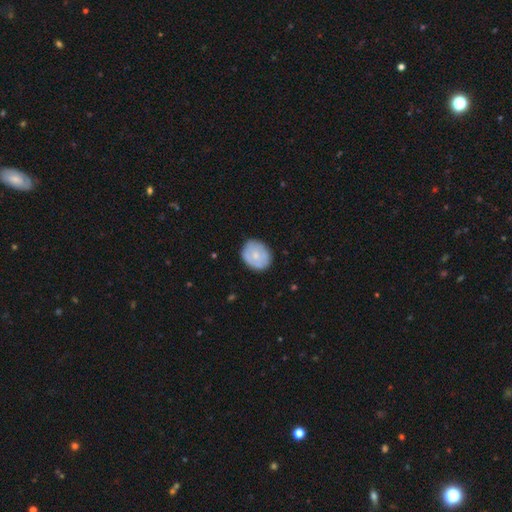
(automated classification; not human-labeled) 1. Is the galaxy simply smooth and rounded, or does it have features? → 60% smooth, 34% featured or disk, 6% star or artifact.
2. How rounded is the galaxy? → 62% round, 37% in between, 1% cigar-shaped.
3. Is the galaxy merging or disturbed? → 77% none, 17% minor disturbance, 4% major disturbance, 1% merger.